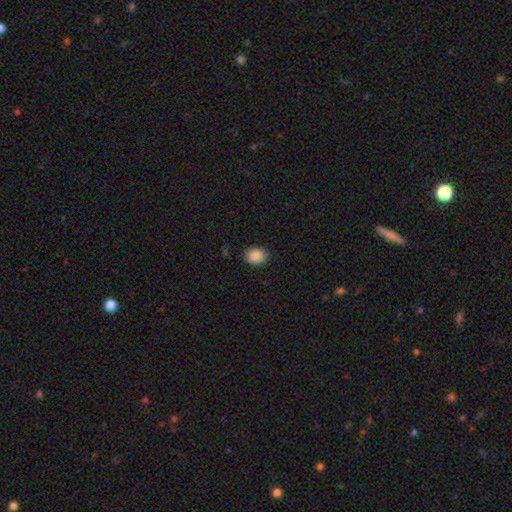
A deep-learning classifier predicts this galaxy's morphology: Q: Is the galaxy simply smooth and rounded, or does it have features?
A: smooth — 88%.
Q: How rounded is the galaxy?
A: in between — 59%.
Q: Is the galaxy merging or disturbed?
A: none — 88%.